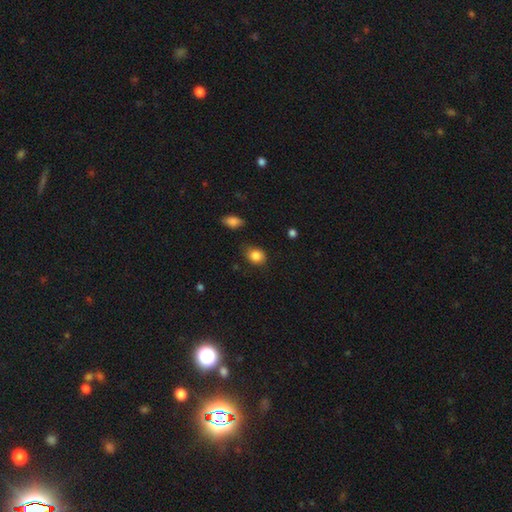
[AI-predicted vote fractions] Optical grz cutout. It shows a smooth galaxy with no disk features (85%) that is round (50%). Merging: none (75%).